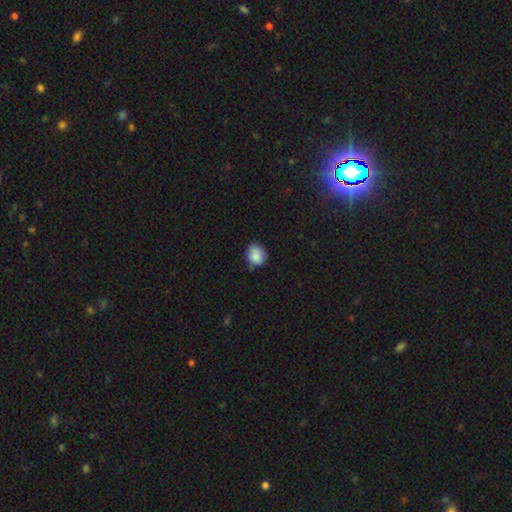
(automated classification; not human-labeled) This appears to be a smooth galaxy with no disk features (86%) that is round (61%). Merging: none (64%).